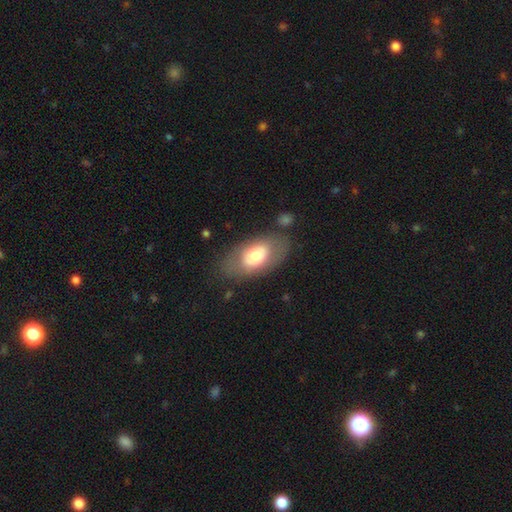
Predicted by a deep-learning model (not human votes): A smooth galaxy with no disk features (64%) that is in between round and cigar-shaped (92%).

Vote fractions:
- Smooth or featured? smooth: 64% / featured or disk: 30% / star or artifact: 7%
- How rounded? in between: 92% / round: 6% / cigar-shaped: 2%
- Merging? none: 75% / minor disturbance: 15% / major disturbance: 7% / merger: 4%